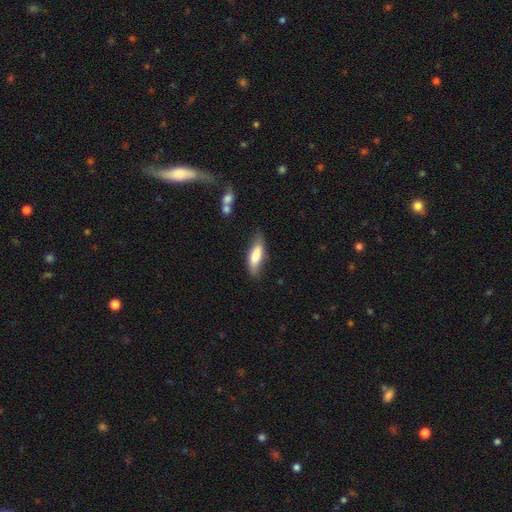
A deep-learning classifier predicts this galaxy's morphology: smooth 75%, featured or disk 19%, star or artifact 6%. Down the decision tree: how rounded — in between (51%); merging — none (63%).